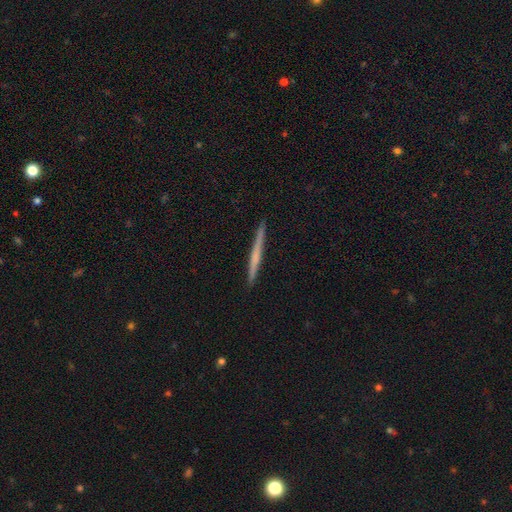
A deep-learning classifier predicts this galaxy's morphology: Smooth or featured?
  - featured or disk: 51% *
  - smooth: 43%
  - star or artifact: 5%
Edge-on disk?
  - yes: 98% *
  - no: 2%
Edge-on bulge?
  - none: 72% *
  - rounded: 20%
  - boxy: 8%
Merging?
  - none: 93% *
  - minor disturbance: 5%
  - major disturbance: 1%
  - merger: 1%